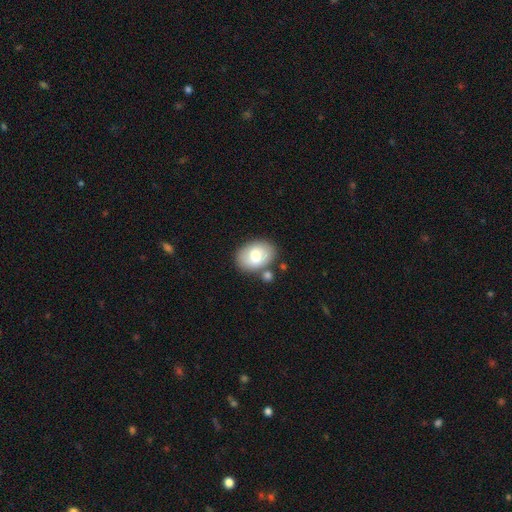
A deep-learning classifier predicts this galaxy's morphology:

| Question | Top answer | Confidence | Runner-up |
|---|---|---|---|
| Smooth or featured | smooth | 69% | featured or disk (24%) |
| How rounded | in between | 76% | round (23%) |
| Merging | none | 72% | minor disturbance (14%) |